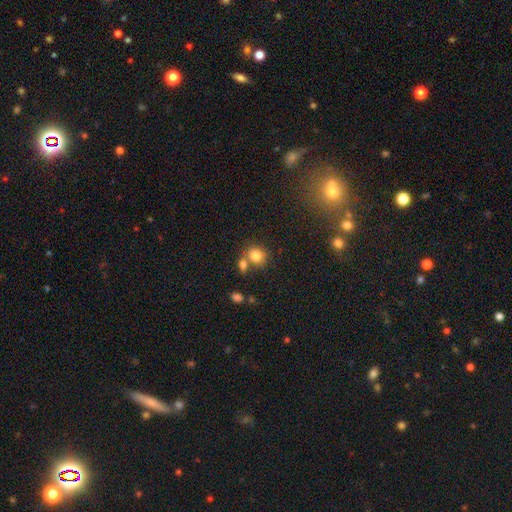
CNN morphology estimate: Smooth or featured? Predicted: smooth (p=0.81). How rounded? Predicted: round (p=0.66). Merging? Predicted: none (p=0.53).